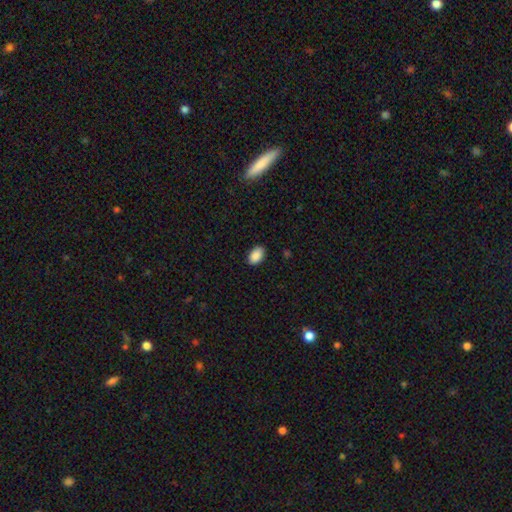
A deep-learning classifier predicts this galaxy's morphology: smooth-or-featured: smooth: 89% | star or artifact: 7% | featured or disk: 3%
  how-rounded: in between: 90% | round: 8% | cigar-shaped: 1%
  merging: none: 87% | minor disturbance: 10% | major disturbance: 2% | merger: 1%